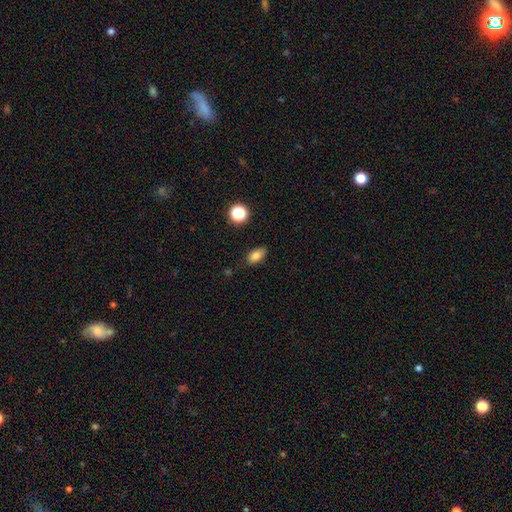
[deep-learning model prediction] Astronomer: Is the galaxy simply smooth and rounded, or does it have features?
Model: smooth — 82%.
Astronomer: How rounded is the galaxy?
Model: in between — 87%.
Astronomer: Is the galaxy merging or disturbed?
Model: none — 79%.